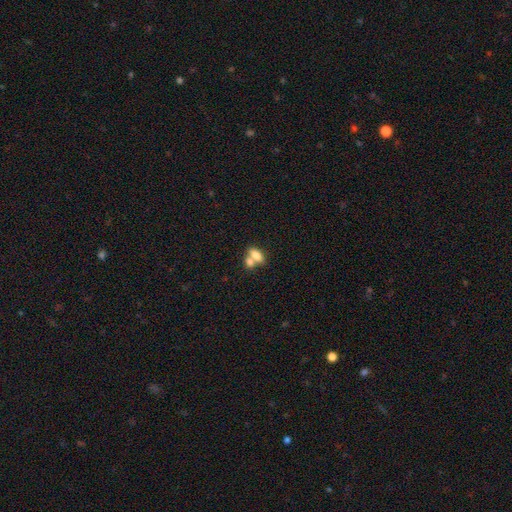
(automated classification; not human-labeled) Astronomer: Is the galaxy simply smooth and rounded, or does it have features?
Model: smooth — 76%.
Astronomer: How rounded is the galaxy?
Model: in between — 84%.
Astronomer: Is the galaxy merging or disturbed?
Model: merger — 59%.